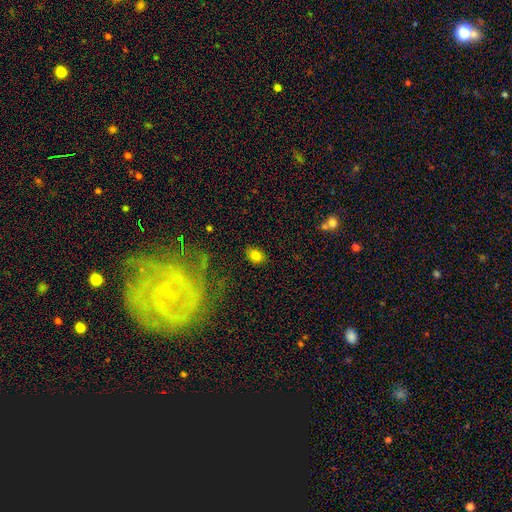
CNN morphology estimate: smooth 82%, star or artifact 11%, featured or disk 8%. Down the decision tree: how rounded — in between (69%); merging — none (84%).